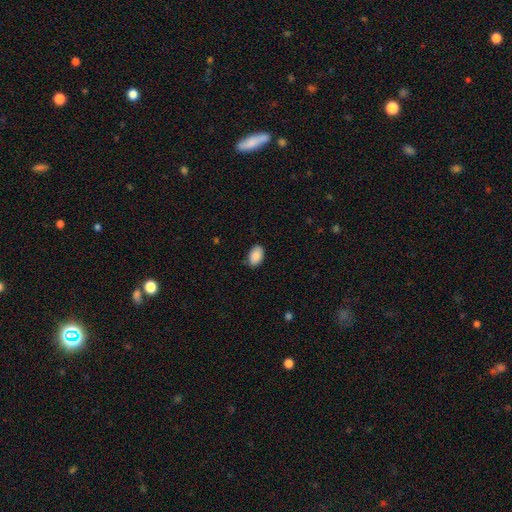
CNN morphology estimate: Overall: smooth (87%). How rounded: in between (92%). Merging: none (82%).